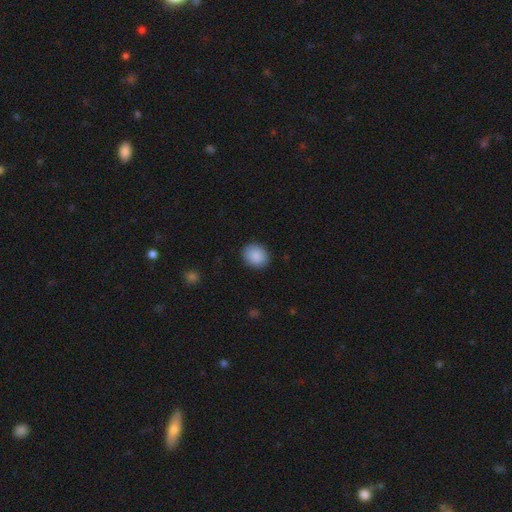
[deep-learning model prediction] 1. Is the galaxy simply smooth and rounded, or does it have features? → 90% smooth, 7% star or artifact, 3% featured or disk.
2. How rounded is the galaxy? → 63% round, 36% in between, 1% cigar-shaped.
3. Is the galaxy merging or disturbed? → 89% none, 8% minor disturbance, 2% major disturbance, 1% merger.